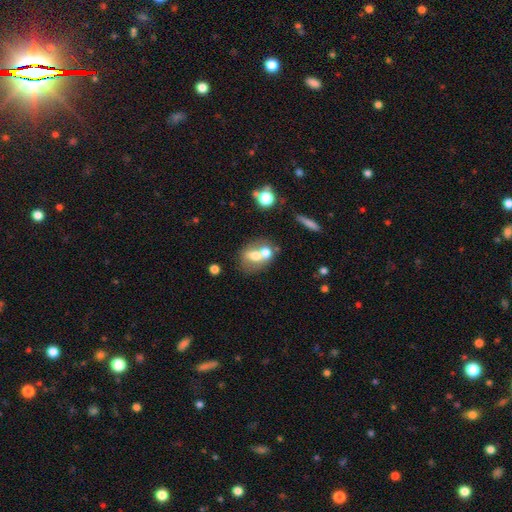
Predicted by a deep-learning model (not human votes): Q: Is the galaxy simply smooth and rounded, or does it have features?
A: smooth — 60%.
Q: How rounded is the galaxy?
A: in between — 56%.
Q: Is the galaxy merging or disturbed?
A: merger — 59%.